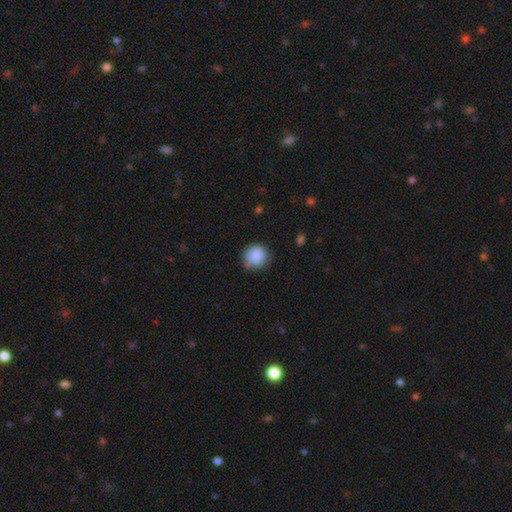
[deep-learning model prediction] A smooth galaxy with no disk features (88%) that is round (88%).

Vote fractions:
- Smooth or featured? smooth: 88% / star or artifact: 8% / featured or disk: 4%
- How rounded? round: 88% / in between: 11% / cigar-shaped: 1%
- Merging? none: 76% / minor disturbance: 19% / major disturbance: 4% / merger: 1%